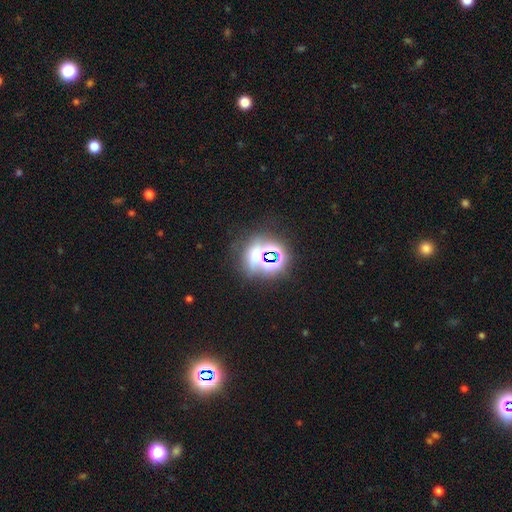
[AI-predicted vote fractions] This appears to be a star or artifact, not a galaxy (64%).